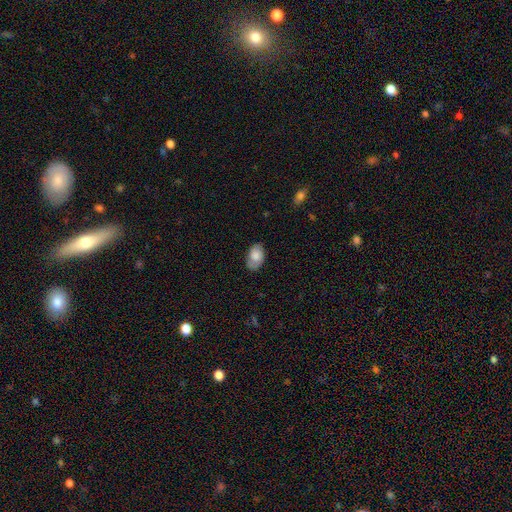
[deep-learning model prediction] A smooth galaxy with no disk features (75%) that is in between round and cigar-shaped (91%).

Vote fractions:
- Smooth or featured? smooth: 75% / featured or disk: 18% / star or artifact: 7%
- How rounded? in between: 91% / round: 8% / cigar-shaped: 1%
- Merging? none: 76% / minor disturbance: 19% / major disturbance: 4% / merger: 1%